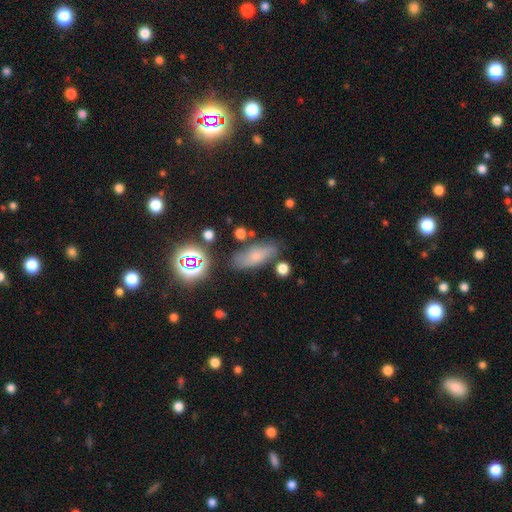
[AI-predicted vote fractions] Smooth or featured? Predicted: smooth (p=0.62). How rounded? Predicted: in between (p=0.69). Merging? Predicted: none (p=0.72).